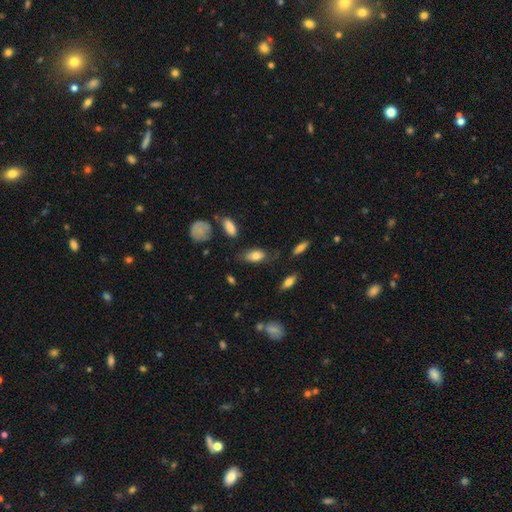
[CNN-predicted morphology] smooth-or-featured: smooth: 74% | featured or disk: 17% | star or artifact: 9%
  how-rounded: in between: 89% | cigar-shaped: 6% | round: 5%
  merging: none: 62% | minor disturbance: 25% | major disturbance: 10% | merger: 3%